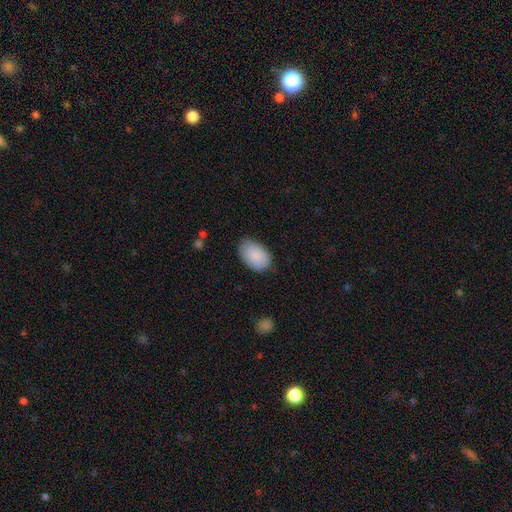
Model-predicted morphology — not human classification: Smooth or featured: smooth — 88% (featured or disk — 6%)
How rounded: in between — 92% (round — 7%)
Merging: none — 76% (minor disturbance — 20%)